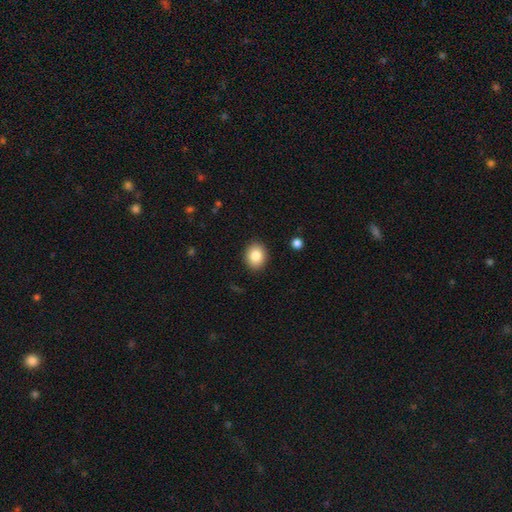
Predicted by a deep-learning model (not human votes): Smooth or featured? smooth (84%)
How rounded? round (60%)
Merging? none (90%)